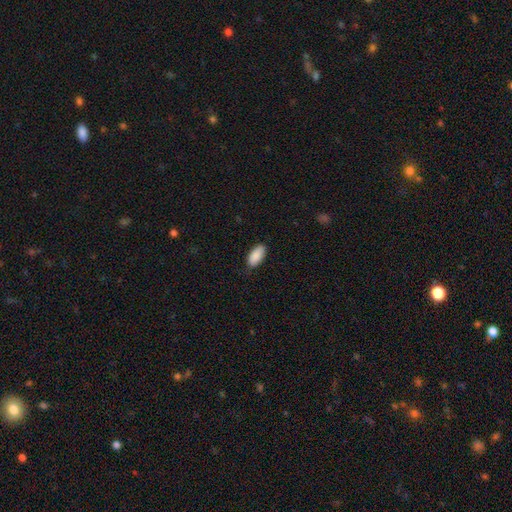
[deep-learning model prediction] A smooth galaxy with no disk features (90%) that is in between round and cigar-shaped (92%).

Vote fractions:
- Smooth or featured? smooth: 90% / star or artifact: 6% / featured or disk: 4%
- How rounded? in between: 92% / cigar-shaped: 6% / round: 2%
- Merging? none: 81% / minor disturbance: 15% / major disturbance: 2% / merger: 1%